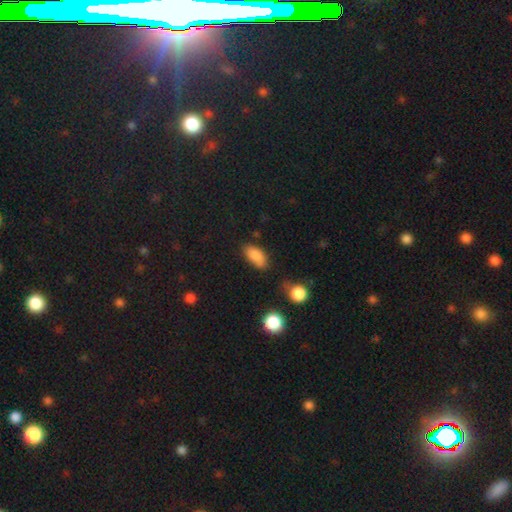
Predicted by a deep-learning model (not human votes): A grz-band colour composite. It shows a smooth galaxy with no disk features (86%) that is in between round and cigar-shaped (89%). Merging: none (65%).